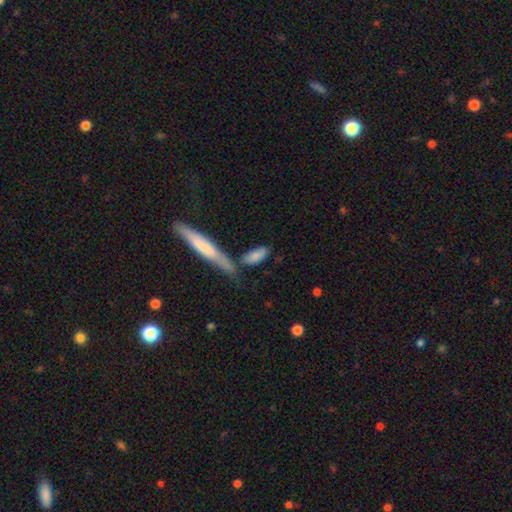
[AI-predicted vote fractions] smooth-or-featured: smooth: 79% | featured or disk: 15% | star or artifact: 6%
  how-rounded: in between: 68% | cigar-shaped: 29% | round: 3%
  merging: none: 55% | merger: 19% | minor disturbance: 19% | major disturbance: 7%